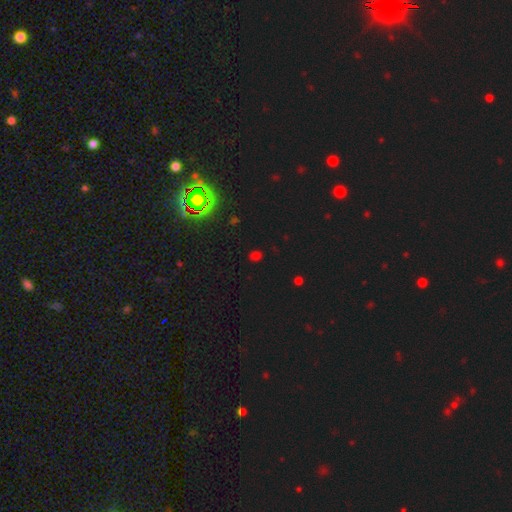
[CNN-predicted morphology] Q: Smooth or featured?
A: smooth (51%); runner-up: star or artifact (44%)
Q: How rounded?
A: round (65%); runner-up: in between (33%)
Q: Merging?
A: none (84%); runner-up: minor disturbance (10%)